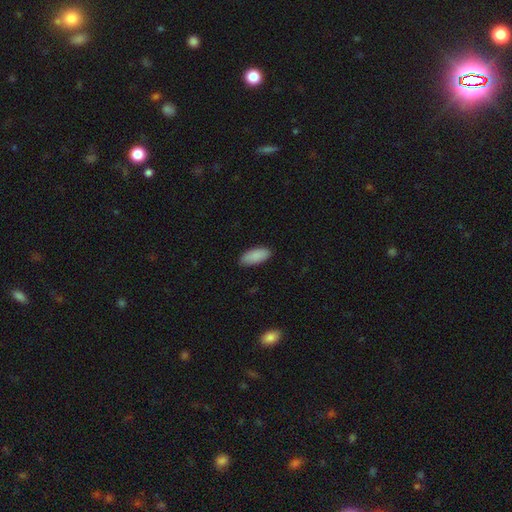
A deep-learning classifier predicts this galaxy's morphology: Overall: smooth (90%). How rounded: in between (85%). Merging: none (87%).